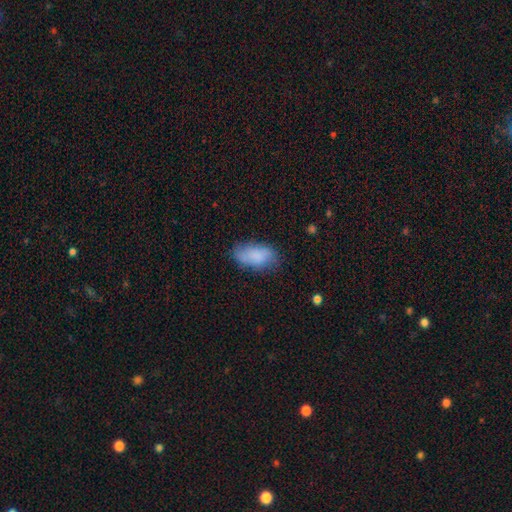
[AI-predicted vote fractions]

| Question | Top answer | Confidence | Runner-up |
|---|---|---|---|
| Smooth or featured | smooth | 81% | featured or disk (12%) |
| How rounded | in between | 92% | cigar-shaped (5%) |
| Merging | none | 68% | minor disturbance (24%) |